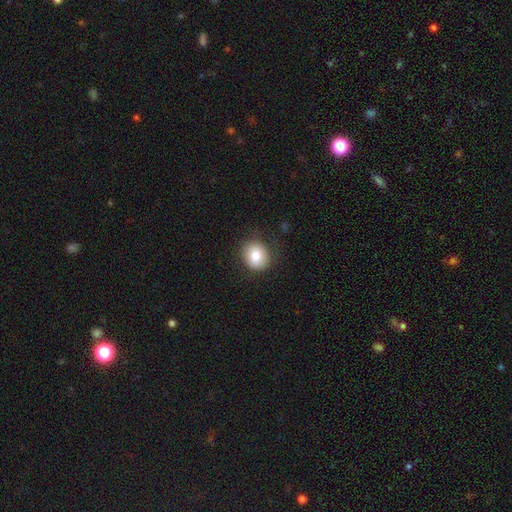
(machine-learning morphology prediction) Smooth or featured?
  - smooth: 79% *
  - featured or disk: 12%
  - star or artifact: 9%
How rounded?
  - round: 76% *
  - in between: 23%
  - cigar-shaped: 1%
Merging?
  - none: 82% *
  - minor disturbance: 13%
  - major disturbance: 4%
  - merger: 1%